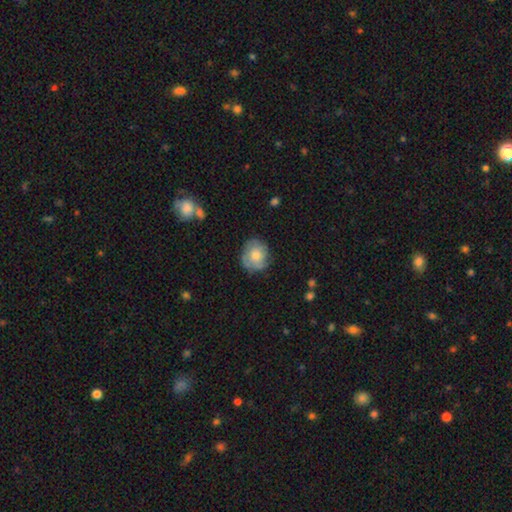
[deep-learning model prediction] smooth-or-featured: smooth: 60% | featured or disk: 33% | star or artifact: 7%
  how-rounded: round: 81% | in between: 18% | cigar-shaped: 1%
  merging: none: 70% | minor disturbance: 22% | major disturbance: 6% | merger: 2%